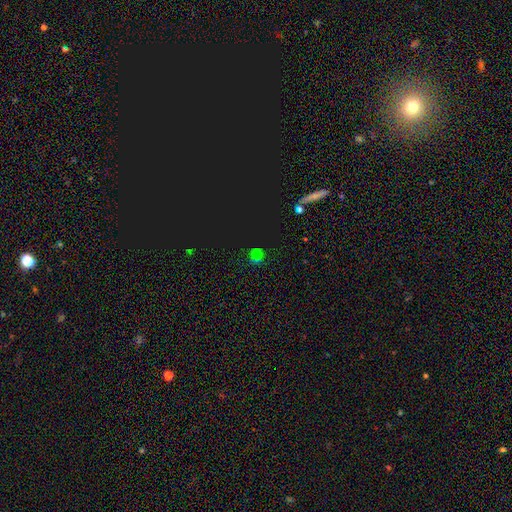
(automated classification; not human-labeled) This is possibly a star or artifact rather than a galaxy (53%).